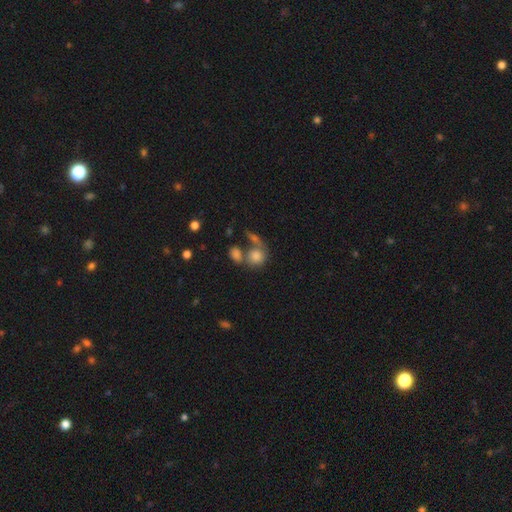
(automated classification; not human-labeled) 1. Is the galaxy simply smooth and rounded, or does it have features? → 73% smooth, 15% featured or disk, 12% star or artifact.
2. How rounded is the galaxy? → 72% round, 26% in between, 2% cigar-shaped.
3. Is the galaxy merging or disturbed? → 41% merger, 37% none, 11% minor disturbance, 11% major disturbance.